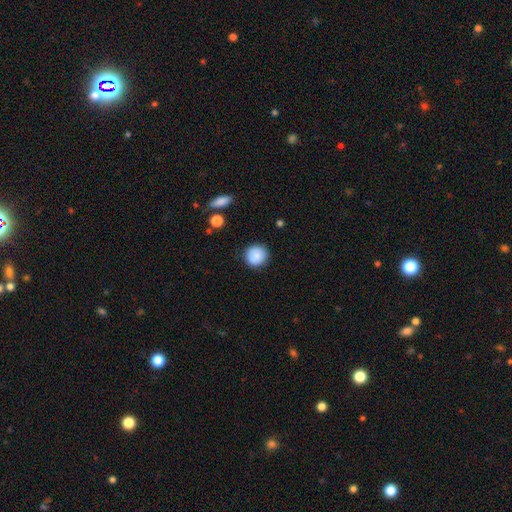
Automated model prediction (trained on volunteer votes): Smooth or featured? Predicted: smooth (p=0.87). How rounded? Predicted: round (p=0.92). Merging? Predicted: none (p=0.87).